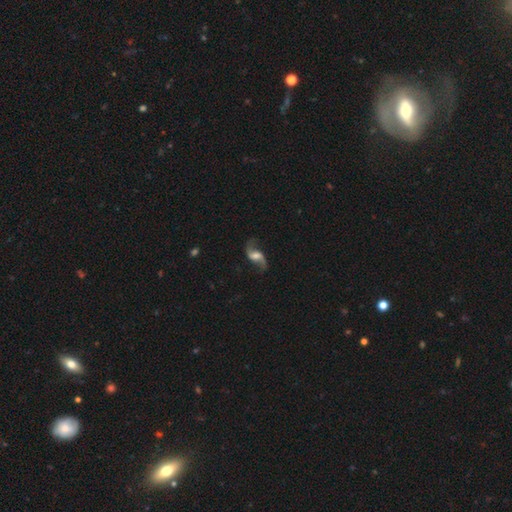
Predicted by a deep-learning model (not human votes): A featured or disk galaxy (86%) with a weak bar (49%), 2 (93%) loose (84%) spiral arms (96%) and a moderate central bulge (41%). Merging: none (78%).